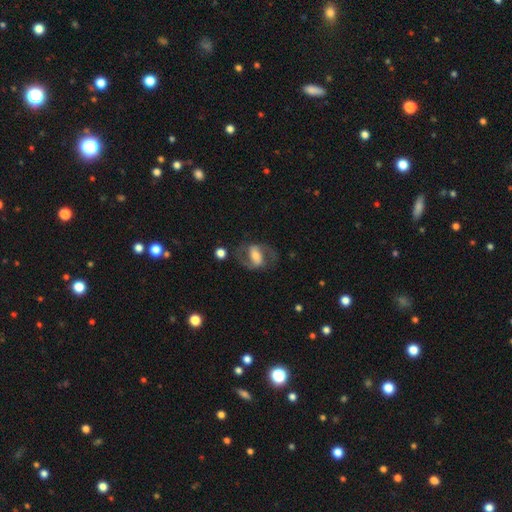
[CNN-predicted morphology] featured or disk 73%, smooth 21%, star or artifact 6%. Down the decision tree: edge-on disk — no (95%); bar — strong (49%); spiral arms — yes (86%); spiral arm count — 2 (90%); spiral winding — medium (55%); bulge size — moderate (46%); merging — none (70%).